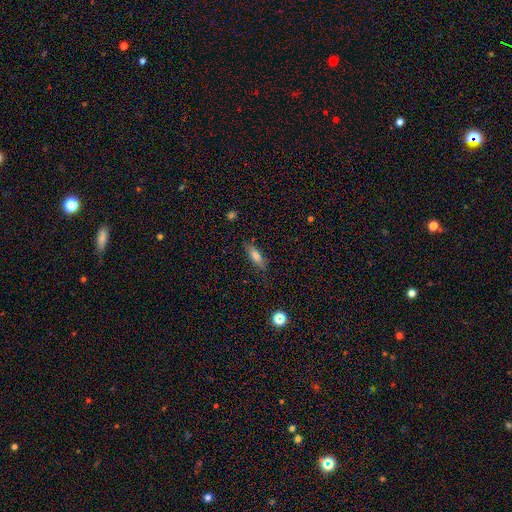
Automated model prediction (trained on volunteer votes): A smooth galaxy with no disk features (72%) that is in between round and cigar-shaped (52%).

Vote fractions:
- Smooth or featured? smooth: 72% / featured or disk: 19% / star or artifact: 9%
- How rounded? in between: 52% / cigar-shaped: 45% / round: 3%
- Merging? none: 81% / minor disturbance: 14% / major disturbance: 3% / merger: 2%